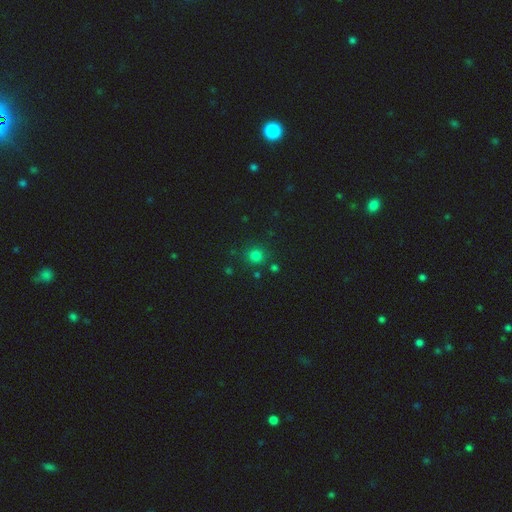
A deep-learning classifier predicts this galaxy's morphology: Smooth or featured? smooth (76%)
How rounded? round (89%)
Merging? none (82%)